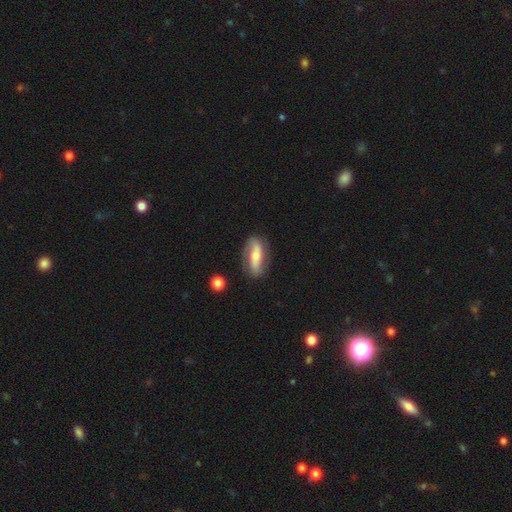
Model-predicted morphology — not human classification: Q: Smooth or featured?
A: featured or disk (59%); runner-up: smooth (34%)
Q: Edge-on disk?
A: no (82%); runner-up: yes (18%)
Q: Merging?
A: none (77%); runner-up: minor disturbance (15%)